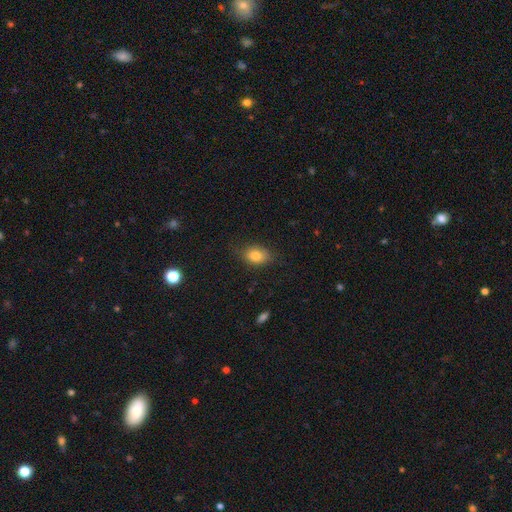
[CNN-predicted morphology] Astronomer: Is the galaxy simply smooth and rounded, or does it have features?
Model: smooth — 81%.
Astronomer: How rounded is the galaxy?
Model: in between — 77%.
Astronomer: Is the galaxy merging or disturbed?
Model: none — 74%.